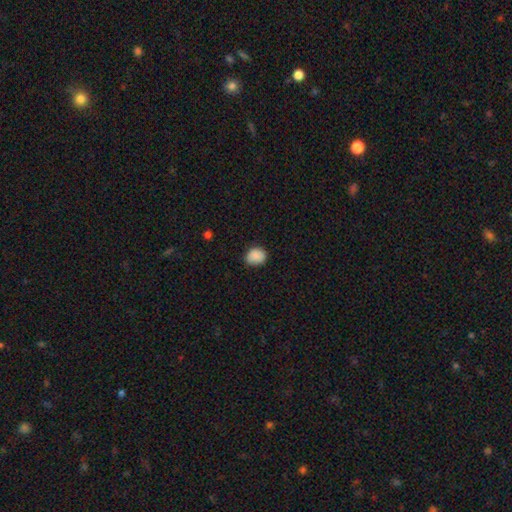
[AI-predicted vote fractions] Smooth or featured? Predicted: smooth (p=0.86). How rounded? Predicted: round (p=0.57). Merging? Predicted: none (p=0.72).